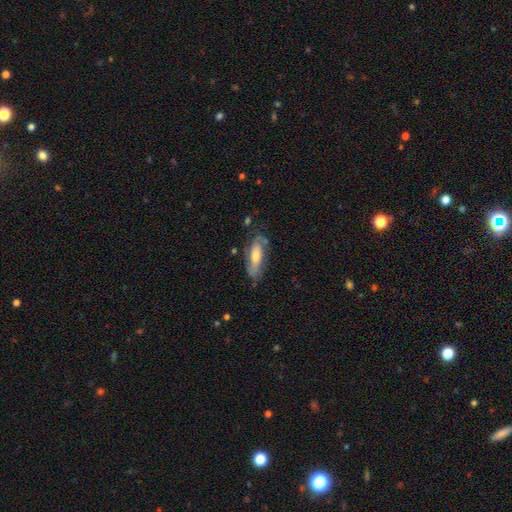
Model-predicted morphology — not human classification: The model was most divided on "smooth or featured": featured or disk: 57%, smooth: 36%, star or artifact: 7%. More confident: edge-on disk — no (77%); merging — none (67%).